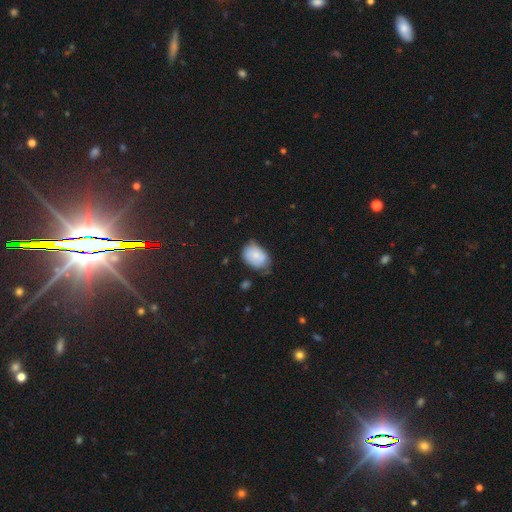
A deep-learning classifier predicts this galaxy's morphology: smooth 78%, featured or disk 14%, star or artifact 8%. Down the decision tree: how rounded — in between (81%); merging — none (53%).